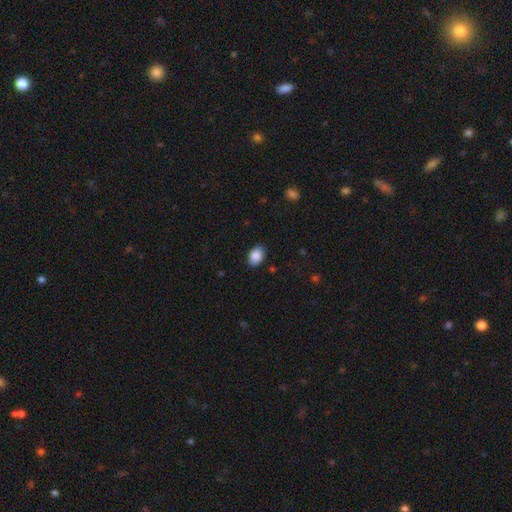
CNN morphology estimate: Smooth or featured? Predicted: smooth (p=0.87). How rounded? Predicted: in between (p=0.84). Merging? Predicted: none (p=0.86).